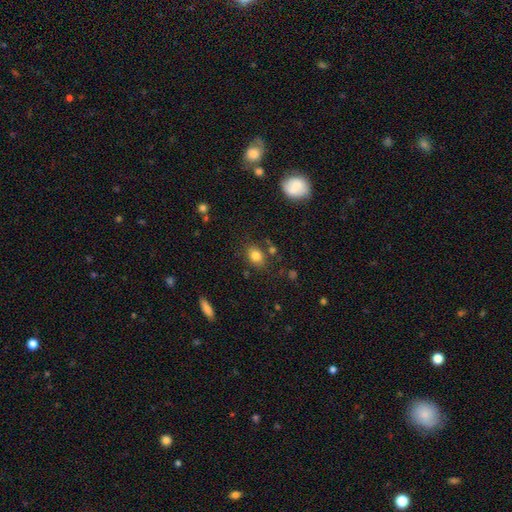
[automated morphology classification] The model was most divided on "how rounded": in between: 62%, round: 37%, cigar-shaped: 1%. More confident: smooth or featured — smooth (81%); merging — none (77%).